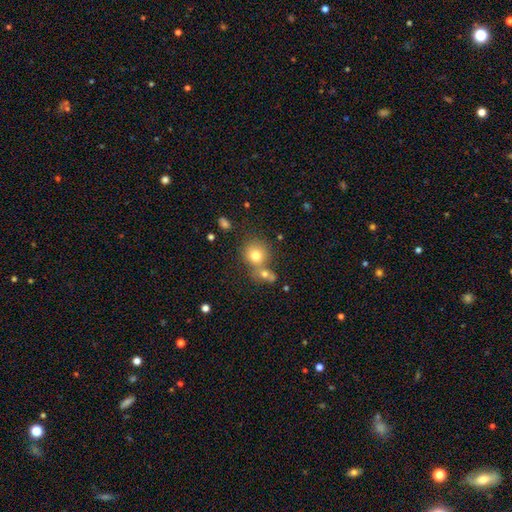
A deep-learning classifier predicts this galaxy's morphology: A smooth galaxy with no disk features (76%) that is round (84%). Merging: none (52%).